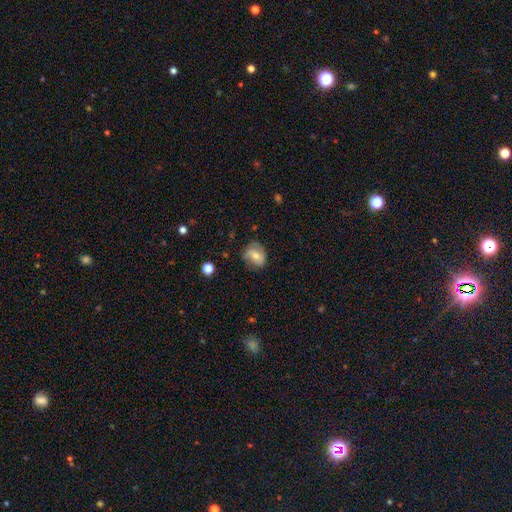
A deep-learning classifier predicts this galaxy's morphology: smooth_or_featured: smooth (p=0.59) [alt: featured or disk p=0.33]
how_rounded: round (p=0.56) [alt: in between p=0.43]
merging: none (p=0.65) [alt: minor disturbance p=0.26]